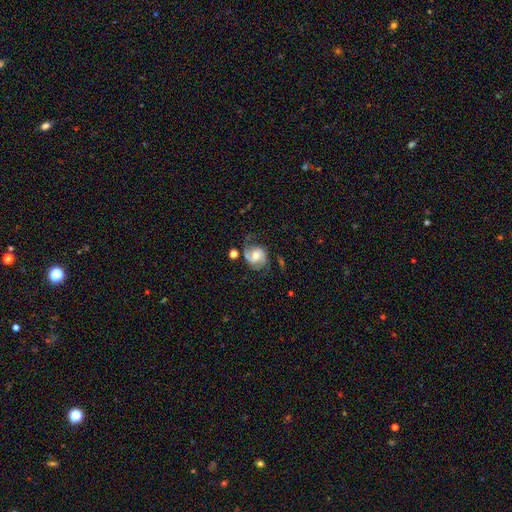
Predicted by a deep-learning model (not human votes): Q: Smooth or featured?
A: featured or disk (79%); runner-up: smooth (14%)
Q: Edge-on disk?
A: no (98%); runner-up: yes (2%)
Q: Bar?
A: no (43%); runner-up: weak (42%)
Q: Spiral arms?
A: yes (95%); runner-up: no (5%)
Q: Spiral winding?
A: medium (48%); runner-up: tight (29%)
Q: Spiral arm count?
A: 2 (83%); runner-up: can't tell (6%)
Q: Bulge size?
A: moderate (63%); runner-up: small (24%)
Q: Merging?
A: none (62%); runner-up: minor disturbance (20%)